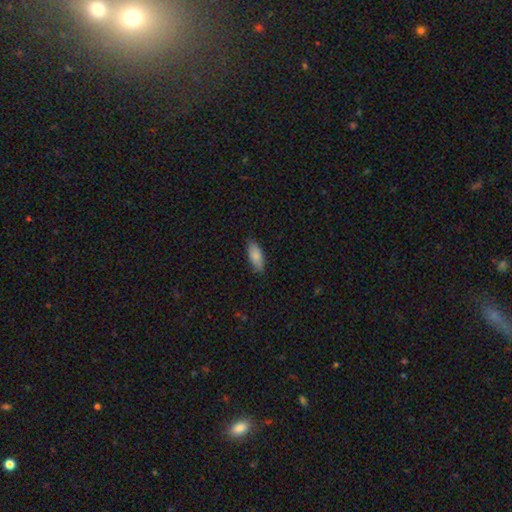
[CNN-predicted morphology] A smooth galaxy with no disk features (86%) that is in between round and cigar-shaped (78%). Merging: none (83%).